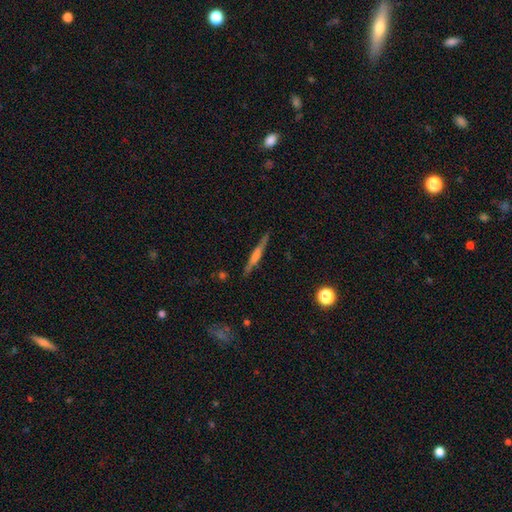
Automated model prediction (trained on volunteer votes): Smooth or featured?
  - featured or disk: 57% *
  - smooth: 36%
  - star or artifact: 7%
Edge-on disk?
  - yes: 97% *
  - no: 3%
Edge-on bulge?
  - none: 40% *
  - rounded: 36%
  - boxy: 24%
Merging?
  - none: 88% *
  - minor disturbance: 8%
  - major disturbance: 2%
  - merger: 1%